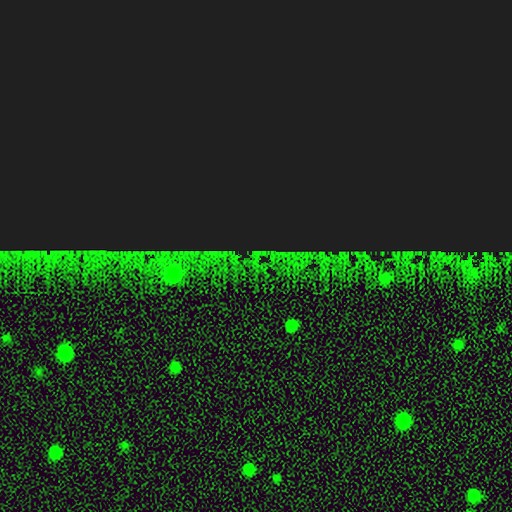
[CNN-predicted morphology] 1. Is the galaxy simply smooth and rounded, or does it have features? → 84% star or artifact, 8% smooth, 8% featured or disk.